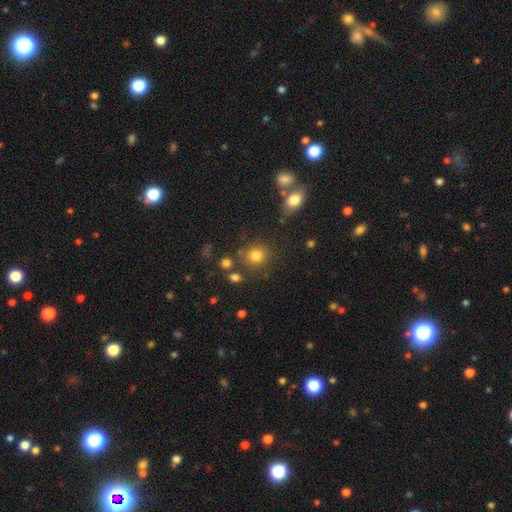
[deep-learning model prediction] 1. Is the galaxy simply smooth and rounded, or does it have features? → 80% smooth, 13% star or artifact, 7% featured or disk.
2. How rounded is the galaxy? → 85% round, 14% in between, 1% cigar-shaped.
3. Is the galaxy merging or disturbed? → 77% none, 11% minor disturbance, 8% merger, 5% major disturbance.